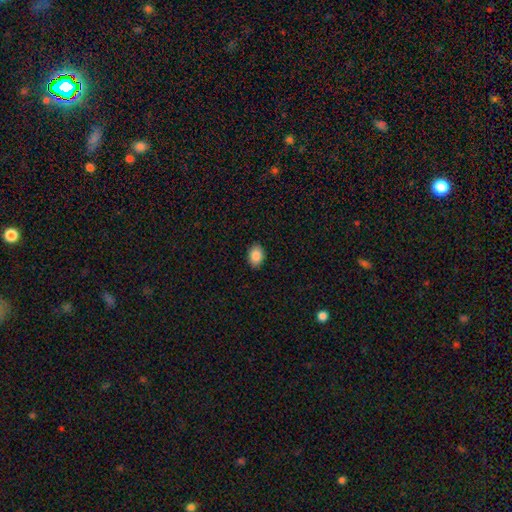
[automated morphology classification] This appears to be a smooth galaxy with no disk features (87%) that is in between round and cigar-shaped (77%). Merging: none (90%).